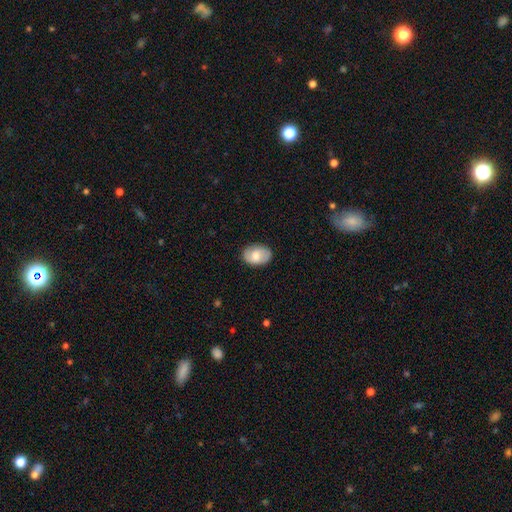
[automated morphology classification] This is likely a smooth galaxy (67%). How rounded: clearly in between (82%). Merging: clearly none (84%).